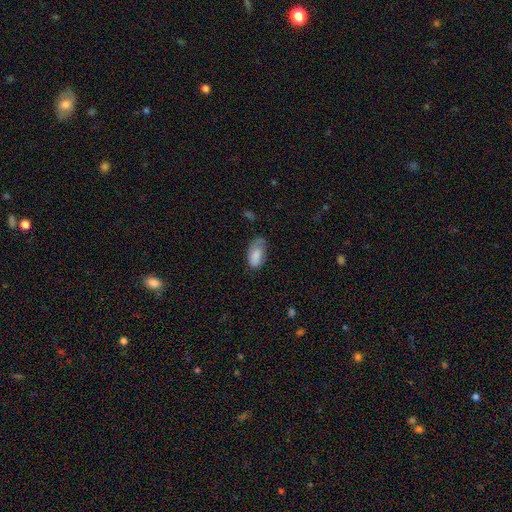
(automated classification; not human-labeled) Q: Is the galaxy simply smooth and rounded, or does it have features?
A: smooth — 81%.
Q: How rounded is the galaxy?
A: in between — 94%.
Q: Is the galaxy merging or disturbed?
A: none — 46%.